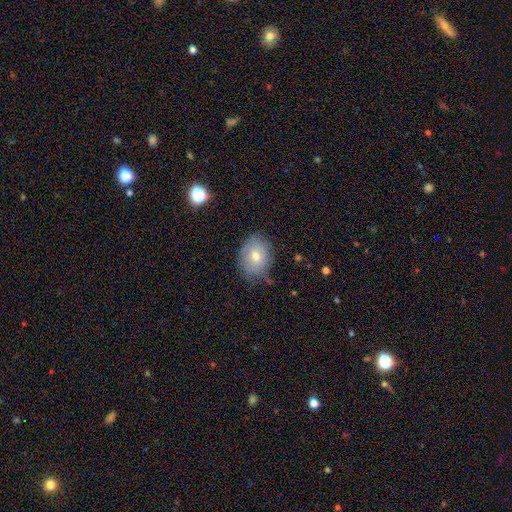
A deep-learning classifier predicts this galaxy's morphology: Smooth or featured? smooth (66%)
How rounded? in between (64%)
Merging? none (75%)